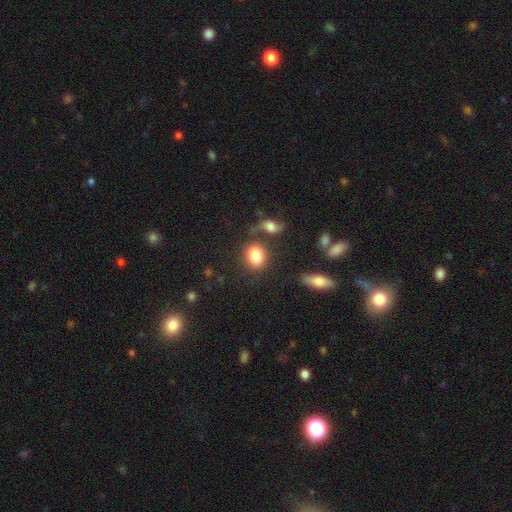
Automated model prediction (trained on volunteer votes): Smooth or featured? smooth (83%)
How rounded? in between (72%)
Merging? none (64%)